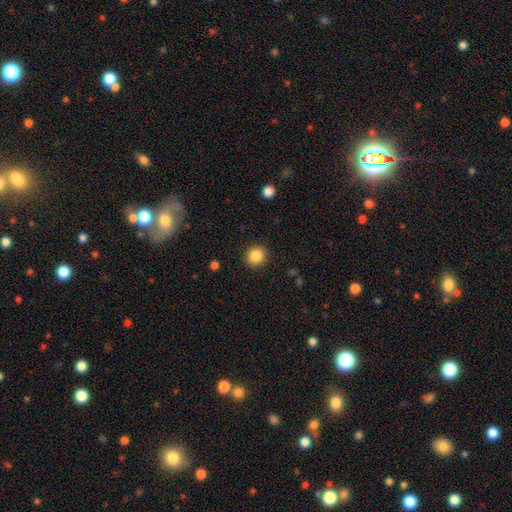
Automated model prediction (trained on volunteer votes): Smooth or featured: smooth — 86% (star or artifact — 10%)
How rounded: round — 87% (in between — 12%)
Merging: none — 90% (minor disturbance — 6%)